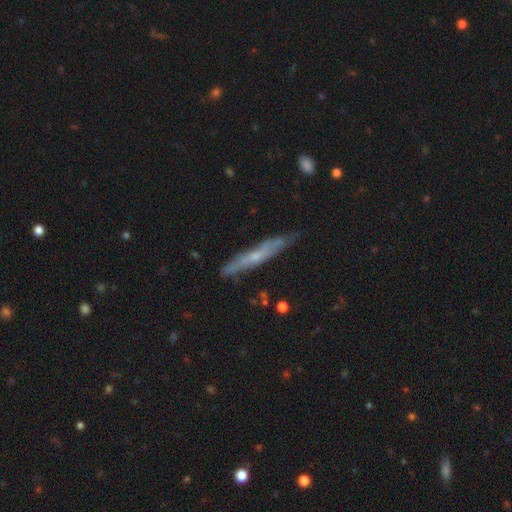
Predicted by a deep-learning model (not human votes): Smooth or featured: featured or disk — 58% (smooth — 35%)
Edge-on disk: yes — 86% (no — 14%)
Edge-on bulge: rounded — 52% (none — 44%)
Merging: none — 77% (minor disturbance — 19%)